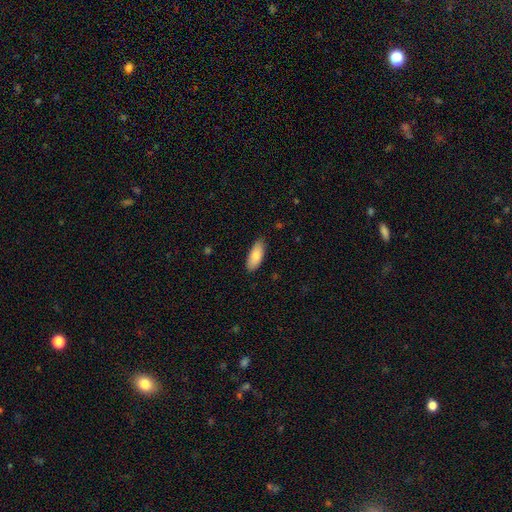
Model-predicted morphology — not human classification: Smooth or featured?
  - smooth: 86% *
  - featured or disk: 8%
  - star or artifact: 6%
How rounded?
  - in between: 82% *
  - cigar-shaped: 17%
  - round: 2%
Merging?
  - none: 83% *
  - minor disturbance: 14%
  - major disturbance: 2%
  - merger: 1%